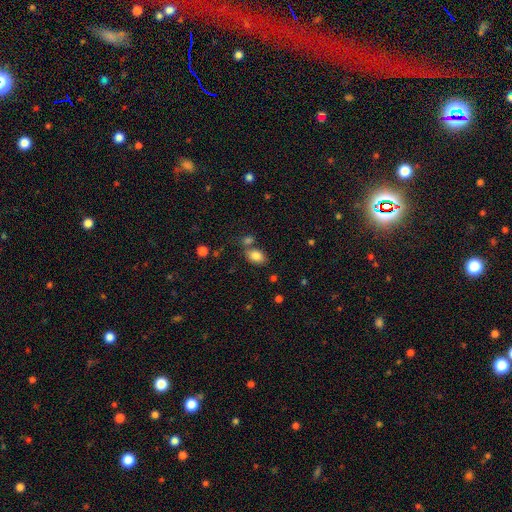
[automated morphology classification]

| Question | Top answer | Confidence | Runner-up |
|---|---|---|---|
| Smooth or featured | smooth | 84% | star or artifact (9%) |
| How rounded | in between | 82% | round (16%) |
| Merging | none | 62% | merger (21%) |